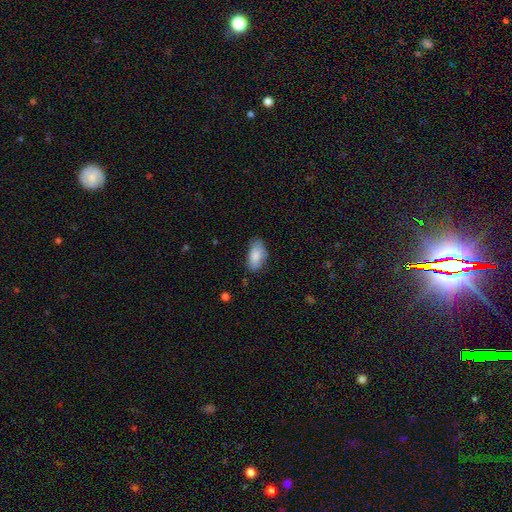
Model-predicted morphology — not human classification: Overall: smooth (84%). How rounded: in between (93%). Merging: none (69%).